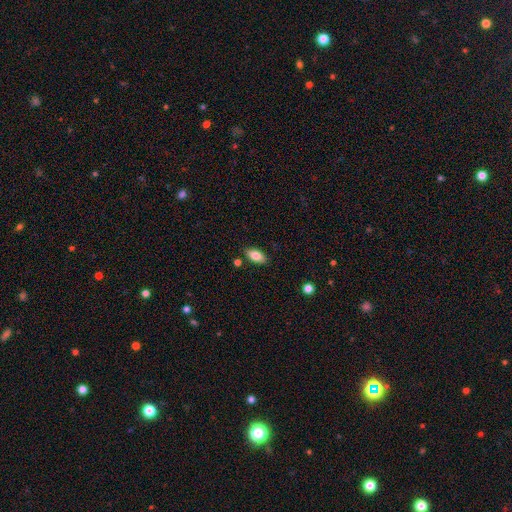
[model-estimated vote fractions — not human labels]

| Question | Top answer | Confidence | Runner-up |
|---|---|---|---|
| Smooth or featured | smooth | 82% | featured or disk (10%) |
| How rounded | in between | 91% | cigar-shaped (6%) |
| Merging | none | 85% | minor disturbance (10%) |